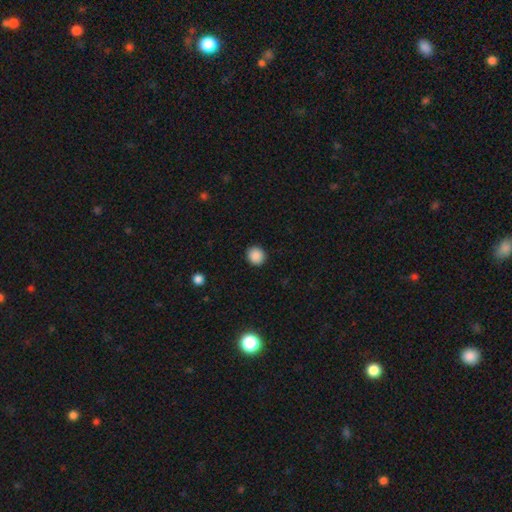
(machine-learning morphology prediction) smooth_or_featured: smooth (p=0.89) [alt: star or artifact p=0.09]
how_rounded: round (p=0.88) [alt: in between p=0.11]
merging: none (p=0.92) [alt: minor disturbance p=0.06]